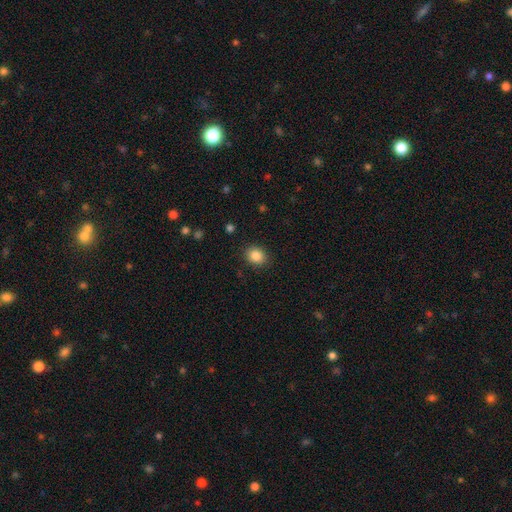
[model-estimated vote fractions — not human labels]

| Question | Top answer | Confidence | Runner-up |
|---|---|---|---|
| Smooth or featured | smooth | 86% | star or artifact (10%) |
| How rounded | round | 57% | in between (42%) |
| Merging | none | 88% | minor disturbance (8%) |